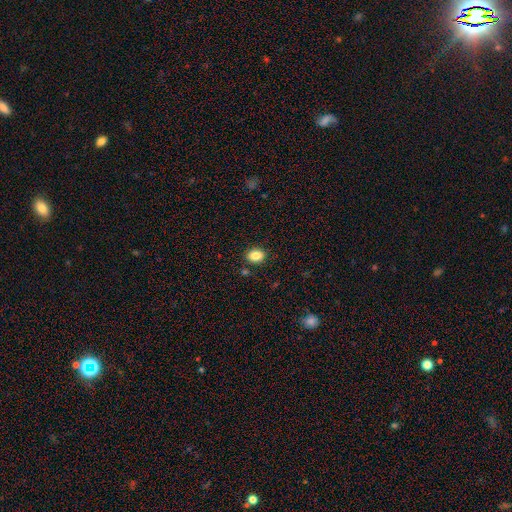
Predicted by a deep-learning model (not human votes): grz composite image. It shows a smooth galaxy with no disk features (86%) that is in between round and cigar-shaped (71%). Merging: none (86%).